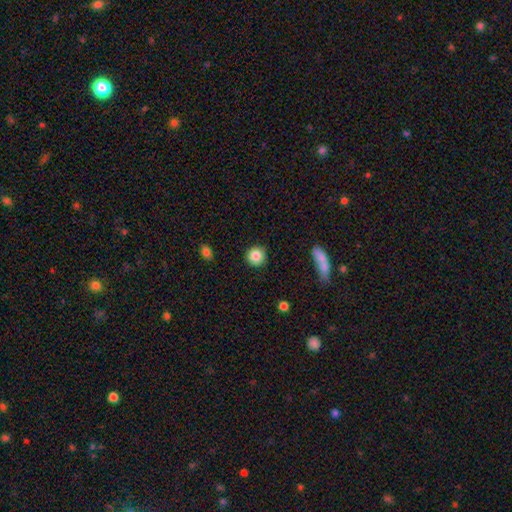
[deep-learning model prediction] Smooth or featured: smooth — 85% (star or artifact — 9%)
How rounded: round — 93% (in between — 6%)
Merging: none — 89% (minor disturbance — 7%)